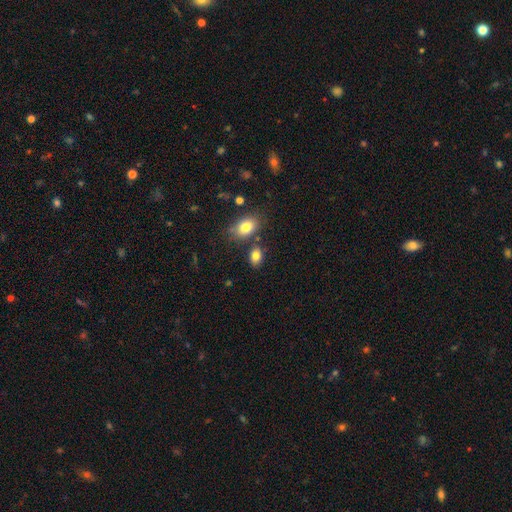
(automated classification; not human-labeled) A smooth galaxy with no disk features (83%) that is in between round and cigar-shaped (82%).

Vote fractions:
- Smooth or featured? smooth: 83% / star or artifact: 10% / featured or disk: 8%
- How rounded? in between: 82% / round: 16% / cigar-shaped: 2%
- Merging? none: 72% / merger: 13% / minor disturbance: 12% / major disturbance: 3%